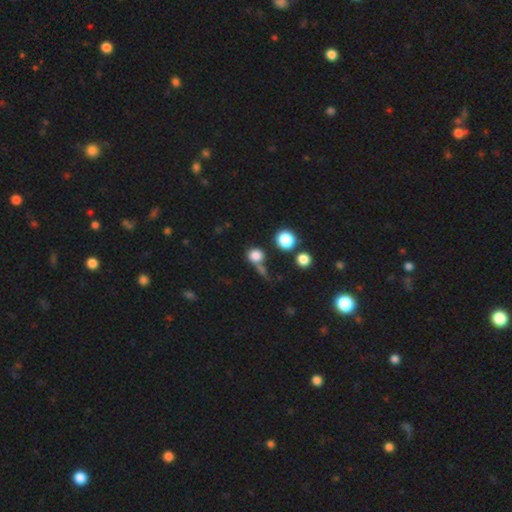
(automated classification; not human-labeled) Morphology: type=smooth (80%); roundness=round (85%); merging=none (55%).